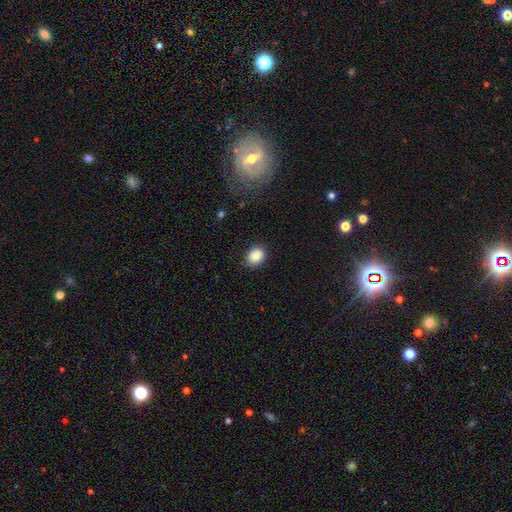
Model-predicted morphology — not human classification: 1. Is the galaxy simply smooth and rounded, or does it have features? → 88% smooth, 8% star or artifact, 4% featured or disk.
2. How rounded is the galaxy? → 55% round, 44% in between, 1% cigar-shaped.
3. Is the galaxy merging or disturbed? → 84% none, 12% minor disturbance, 3% major disturbance, 1% merger.